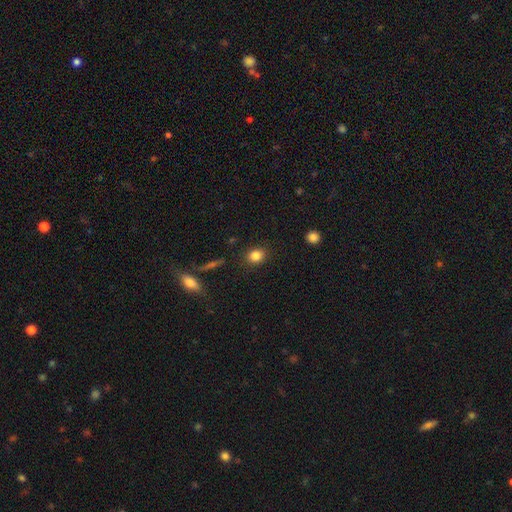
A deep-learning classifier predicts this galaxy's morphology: type=smooth (84%); roundness=round (57%); merging=none (87%).